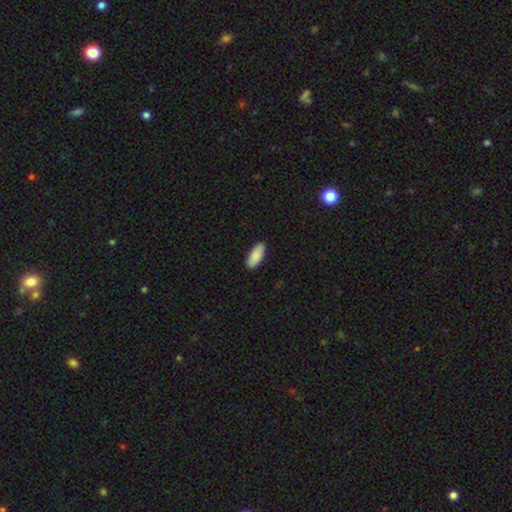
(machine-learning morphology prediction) smooth 90%, star or artifact 6%, featured or disk 5%. Down the decision tree: how rounded — in between (83%); merging — none (90%).